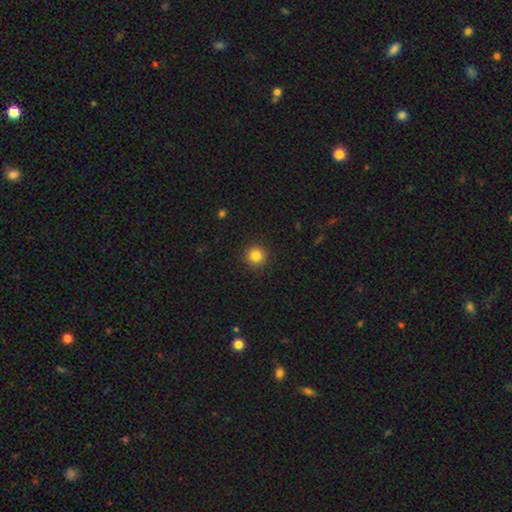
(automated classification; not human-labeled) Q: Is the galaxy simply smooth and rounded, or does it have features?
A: smooth — 84%.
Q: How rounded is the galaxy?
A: round — 95%.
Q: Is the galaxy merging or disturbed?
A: none — 92%.